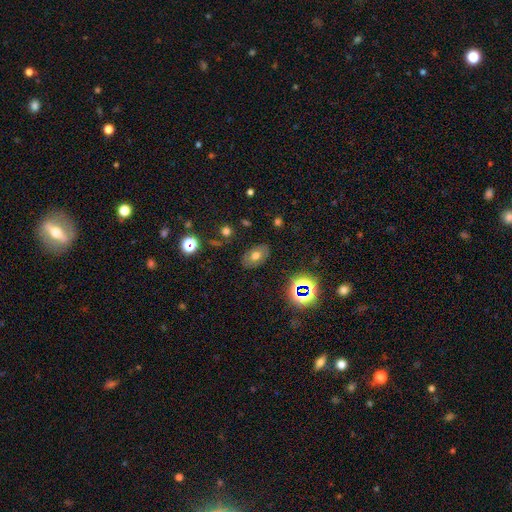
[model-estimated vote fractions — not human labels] This is likely a smooth galaxy (61%). How rounded: clearly in between (86%). Merging: clearly none (83%).